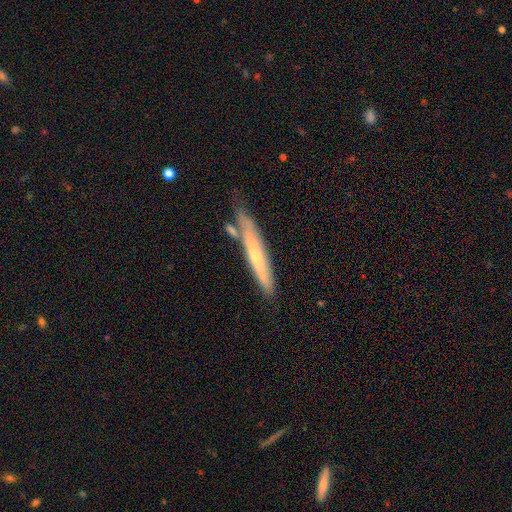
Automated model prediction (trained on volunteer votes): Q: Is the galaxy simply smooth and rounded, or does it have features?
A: featured or disk — 48%.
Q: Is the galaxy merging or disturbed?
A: none — 65%.